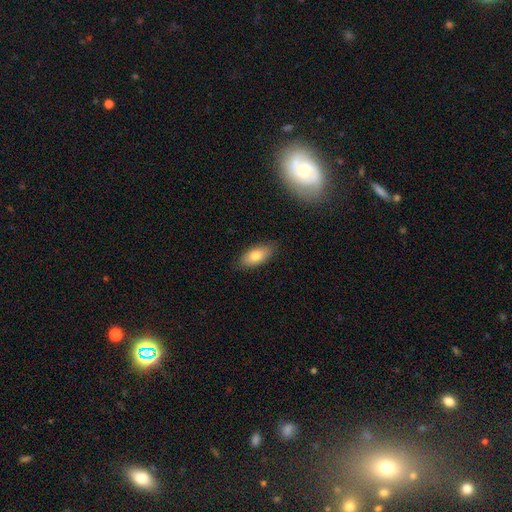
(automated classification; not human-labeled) Smooth or featured?
  - smooth: 77% *
  - featured or disk: 16%
  - star or artifact: 7%
How rounded?
  - in between: 87% *
  - cigar-shaped: 10%
  - round: 3%
Merging?
  - none: 83% *
  - minor disturbance: 13%
  - major disturbance: 3%
  - merger: 1%